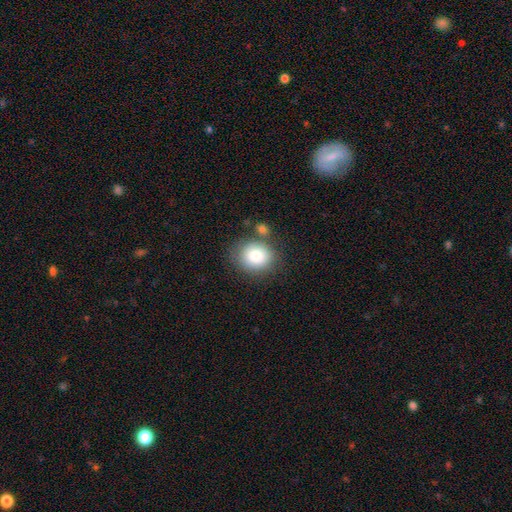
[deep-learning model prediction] The model was most divided on "how rounded": round: 70%, in between: 29%, cigar-shaped: 1%. More confident: smooth or featured — smooth (81%); merging — none (71%).